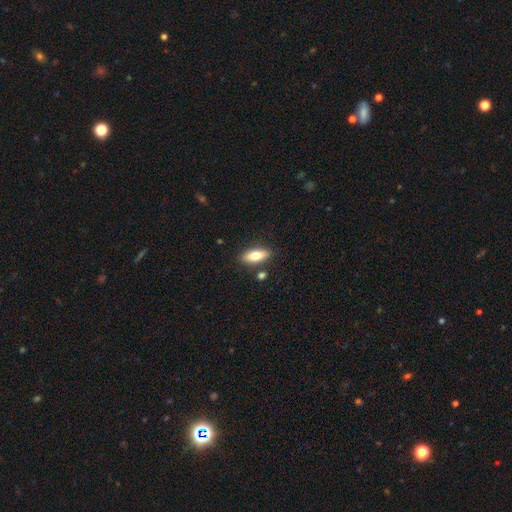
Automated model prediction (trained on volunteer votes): Smooth or featured? Predicted: smooth (p=0.75). How rounded? Predicted: in between (p=0.75). Merging? Predicted: none (p=0.83).